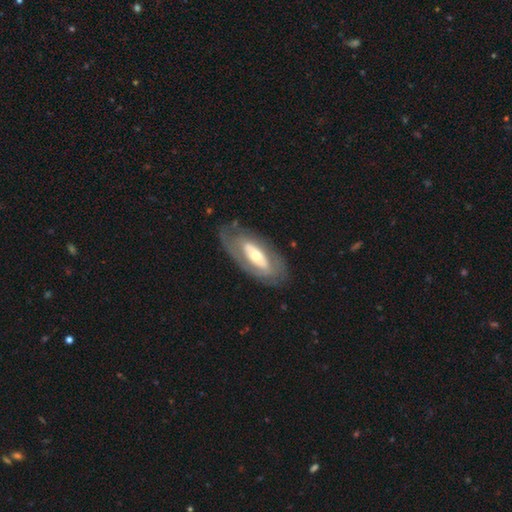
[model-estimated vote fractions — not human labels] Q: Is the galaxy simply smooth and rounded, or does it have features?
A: featured or disk — 66%.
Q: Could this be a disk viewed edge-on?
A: no — 85%.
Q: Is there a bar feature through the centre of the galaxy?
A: no — 59%.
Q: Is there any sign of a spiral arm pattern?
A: no — 55%.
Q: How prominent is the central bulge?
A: moderate — 55%.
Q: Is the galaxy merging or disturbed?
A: none — 70%.